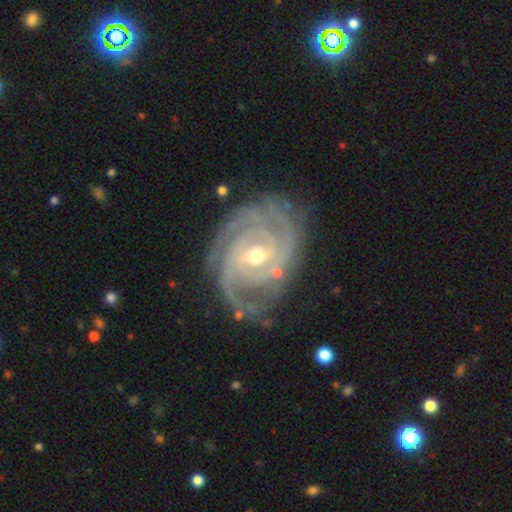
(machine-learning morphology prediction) type=featured or disk (93%); edge-on=no (97%); bar=no (42%); spiral arms=yes (99%); winding=tight (77%); arm count=3 (36%); bulge=moderate (51%); merging=none (73%).